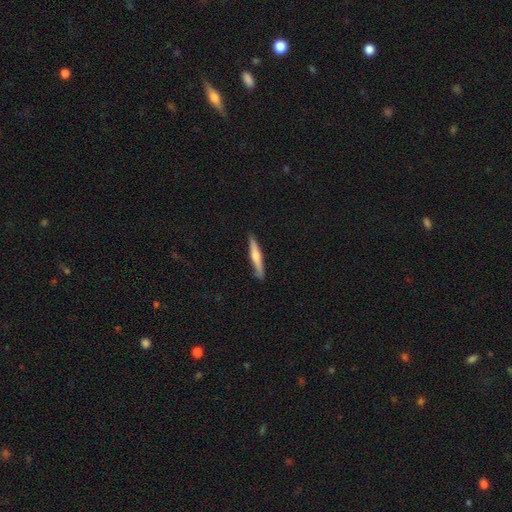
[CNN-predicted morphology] This appears to be a smooth galaxy with no disk features (51%) that is cigar-shaped (93%). Merging: none (86%).